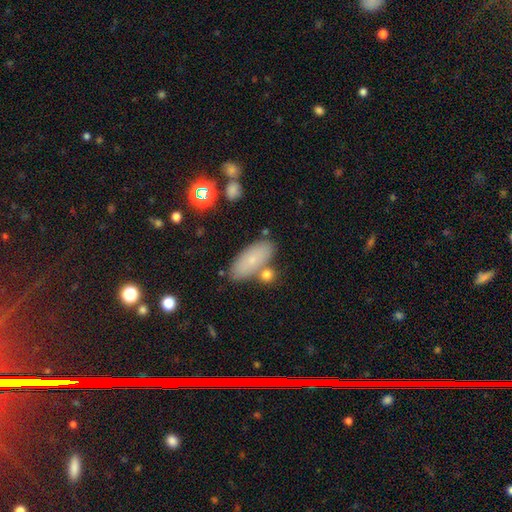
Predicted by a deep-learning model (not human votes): Smooth or featured: smooth — 77% (featured or disk — 16%)
How rounded: in between — 84% (cigar-shaped — 12%)
Merging: none — 68% (merger — 15%)